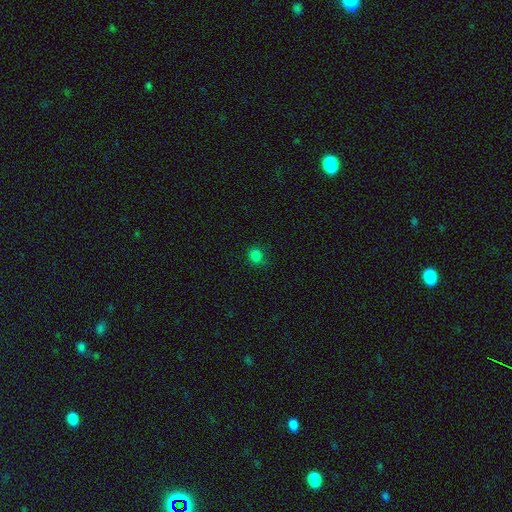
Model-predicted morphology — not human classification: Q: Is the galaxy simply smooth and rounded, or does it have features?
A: smooth — 79%.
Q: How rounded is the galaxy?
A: round — 65%.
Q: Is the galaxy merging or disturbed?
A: none — 77%.